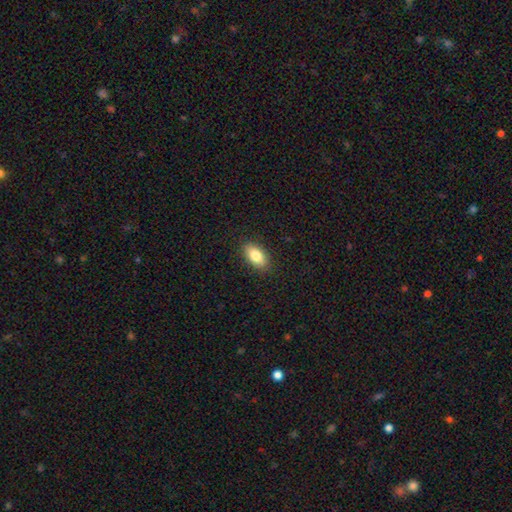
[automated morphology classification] This appears to be a smooth galaxy with no disk features (83%) that is in between round and cigar-shaped (91%). Merging: none (88%).